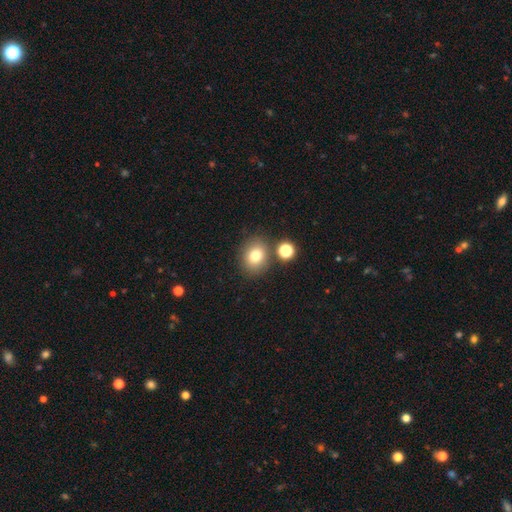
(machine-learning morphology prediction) Q: Smooth or featured?
A: smooth (77%); runner-up: star or artifact (13%)
Q: How rounded?
A: round (64%); runner-up: in between (35%)
Q: Merging?
A: none (77%); runner-up: minor disturbance (10%)